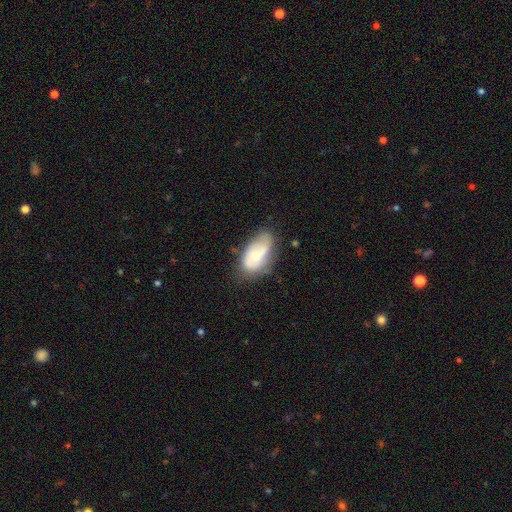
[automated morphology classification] Smooth or featured?
  - smooth: 50% *
  - featured or disk: 44%
  - star or artifact: 7%
Merging?
  - none: 53% *
  - minor disturbance: 31%
  - major disturbance: 12%
  - merger: 4%